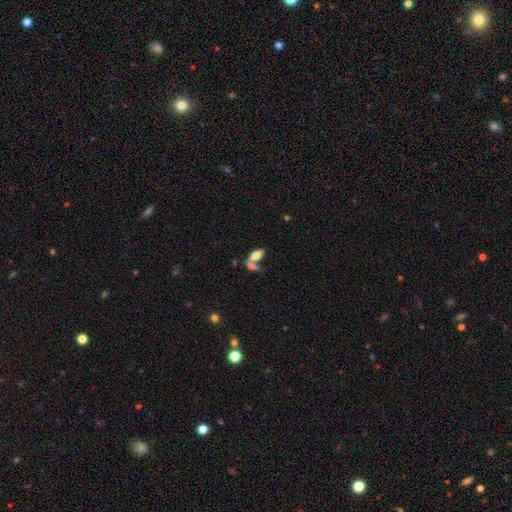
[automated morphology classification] Smooth or featured: smooth — 70% (featured or disk — 21%)
How rounded: in between — 85% (cigar-shaped — 10%)
Merging: merger — 53% (none — 33%)